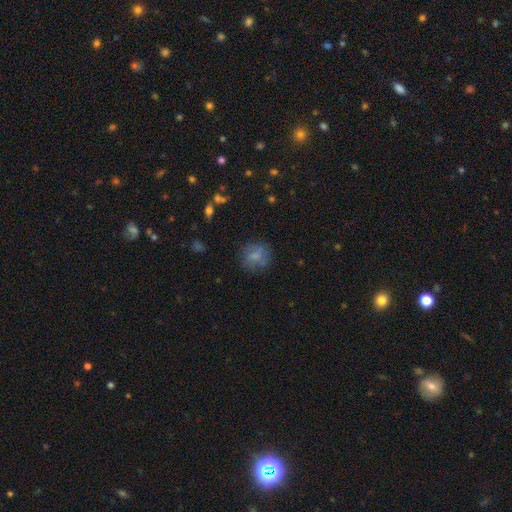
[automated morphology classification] type=smooth (72%); roundness=round (80%); merging=none (69%).